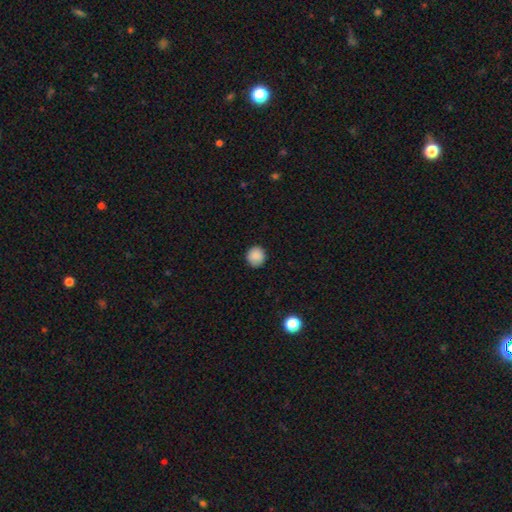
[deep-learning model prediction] smooth-or-featured: smooth: 88% | star or artifact: 9% | featured or disk: 3%
  how-rounded: round: 91% | in between: 8% | cigar-shaped: 1%
  merging: none: 90% | minor disturbance: 7% | major disturbance: 2% | merger: 1%